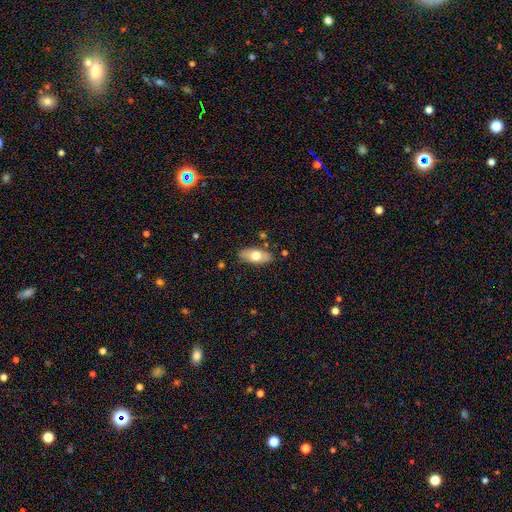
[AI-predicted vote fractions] Q: Smooth or featured?
A: smooth (65%); runner-up: featured or disk (29%)
Q: How rounded?
A: in between (87%); runner-up: cigar-shaped (10%)
Q: Merging?
A: none (85%); runner-up: minor disturbance (11%)